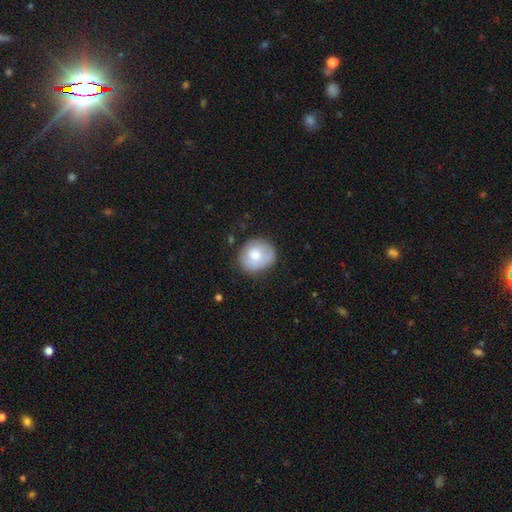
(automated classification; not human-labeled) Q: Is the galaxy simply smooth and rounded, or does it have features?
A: smooth — 74%.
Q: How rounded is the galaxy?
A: round — 78%.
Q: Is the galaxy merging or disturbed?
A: none — 72%.